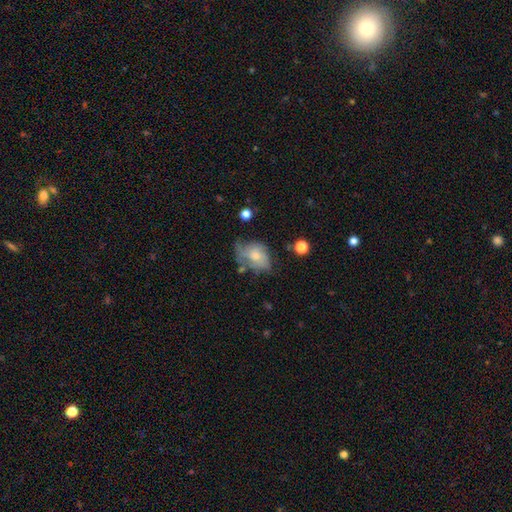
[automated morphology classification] smooth_or_featured: smooth (p=0.48) [alt: featured or disk p=0.44]
merging: minor disturbance (p=0.33) [tied with: none p=0.33]